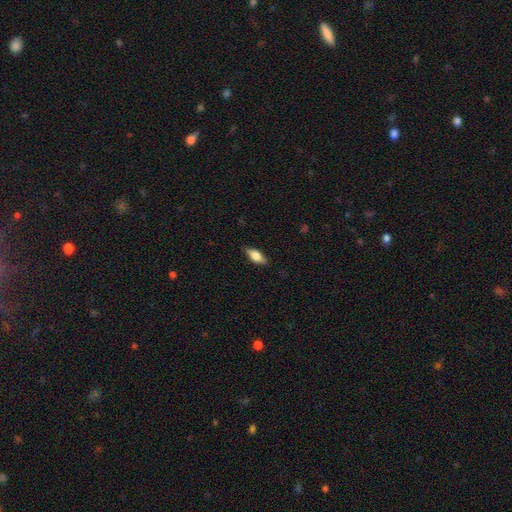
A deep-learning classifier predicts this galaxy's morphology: smooth 64%, featured or disk 29%, star or artifact 7%. Down the decision tree: how rounded — in between (75%); merging — none (81%).